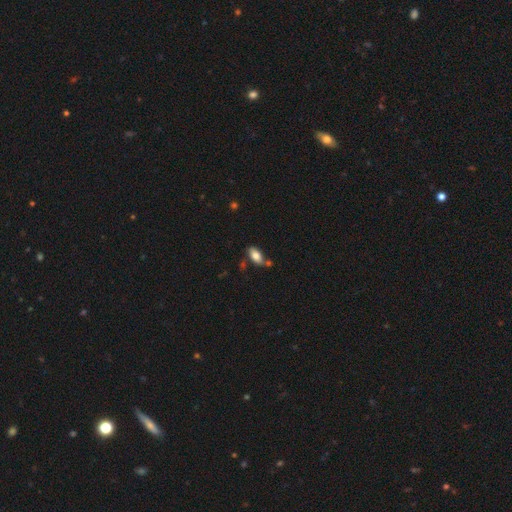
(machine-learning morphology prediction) Q: Smooth or featured?
A: smooth (78%); runner-up: featured or disk (15%)
Q: How rounded?
A: in between (90%); runner-up: cigar-shaped (7%)
Q: Merging?
A: none (61%); runner-up: minor disturbance (19%)